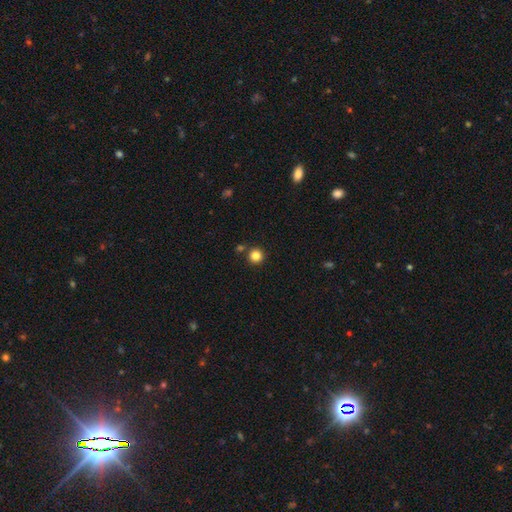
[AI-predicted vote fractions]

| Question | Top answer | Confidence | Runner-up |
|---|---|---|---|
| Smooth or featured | smooth | 84% | star or artifact (12%) |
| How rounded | round | 95% | in between (4%) |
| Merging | none | 85% | merger (7%) |